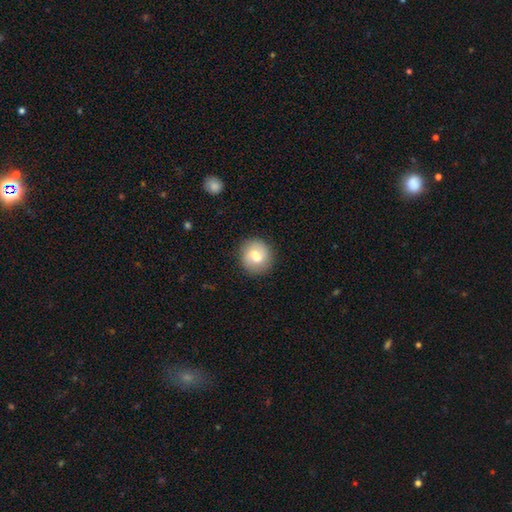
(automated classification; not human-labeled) A smooth galaxy with no disk features (68%) that is round (83%).

Vote fractions:
- Smooth or featured? smooth: 68% / featured or disk: 24% / star or artifact: 8%
- How rounded? round: 83% / in between: 16% / cigar-shaped: 1%
- Merging? none: 82% / minor disturbance: 12% / major disturbance: 4% / merger: 3%